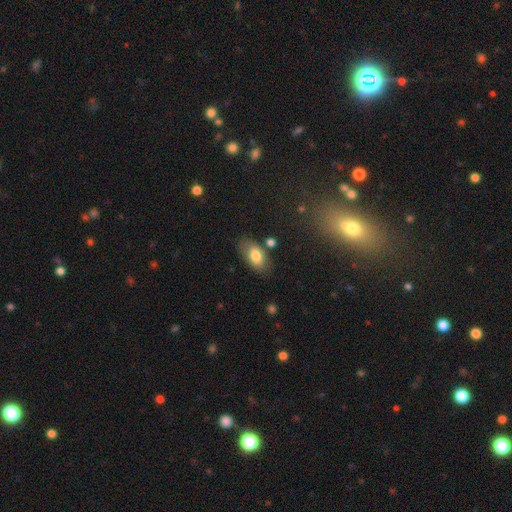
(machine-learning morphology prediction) The model was most divided on "merging": none: 74%, minor disturbance: 16%, merger: 6%, major disturbance: 4%. More confident: how rounded — in between (93%); smooth or featured — smooth (77%).